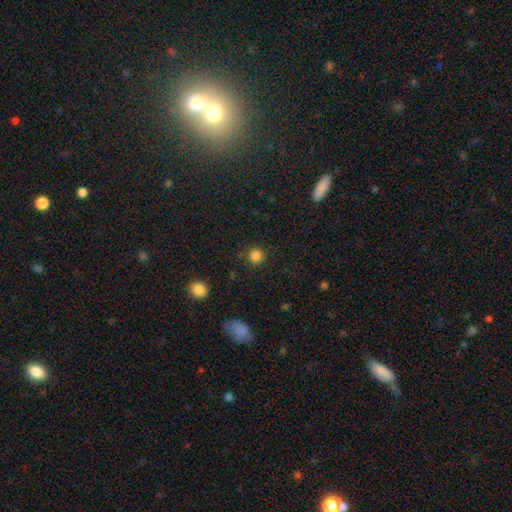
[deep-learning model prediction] Smooth or featured: smooth — 84% (star or artifact — 12%)
How rounded: round — 91% (in between — 8%)
Merging: none — 88% (minor disturbance — 8%)